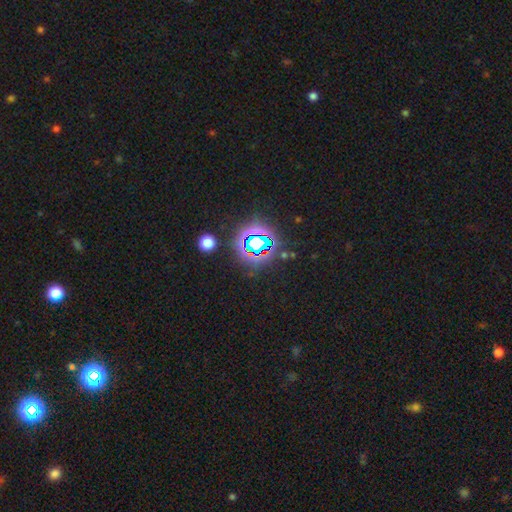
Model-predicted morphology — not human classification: The model was most divided on "smooth or featured": star or artifact: 81%, smooth: 12%, featured or disk: 6%.